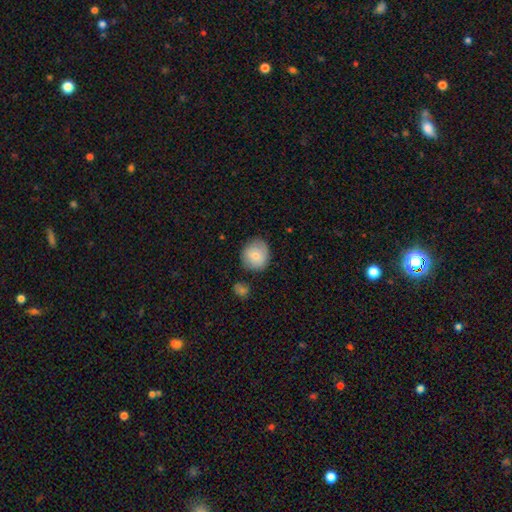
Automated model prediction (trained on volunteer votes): The model was most divided on "merging": none: 76%, minor disturbance: 16%, major disturbance: 4%, merger: 4%. More confident: how rounded — round (85%); smooth or featured — smooth (78%).